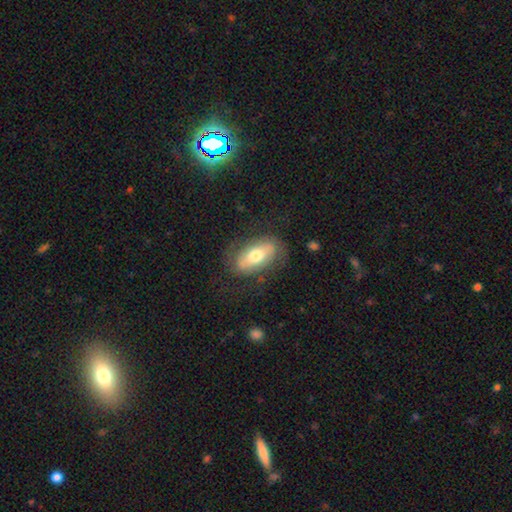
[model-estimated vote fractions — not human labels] Smooth or featured: smooth — 47% (tied with featured or disk — 47%)
Merging: none — 73% (minor disturbance — 16%)